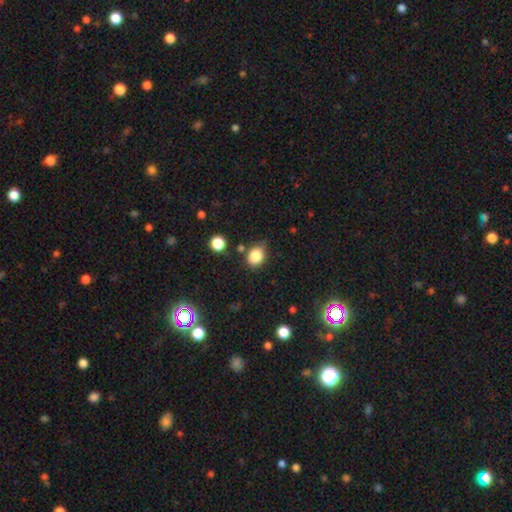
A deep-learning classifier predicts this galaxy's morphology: smooth-or-featured: smooth: 84% | star or artifact: 10% | featured or disk: 6%
  how-rounded: in between: 50% | round: 49% | cigar-shaped: 1%
  merging: none: 70% | minor disturbance: 19% | merger: 6% | major disturbance: 4%